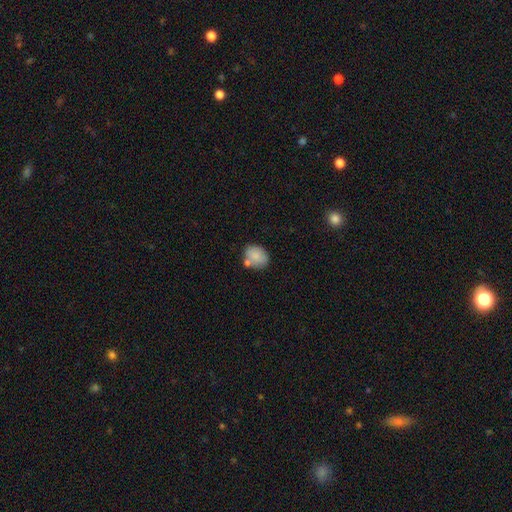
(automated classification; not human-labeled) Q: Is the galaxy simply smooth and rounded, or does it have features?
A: smooth — 82%.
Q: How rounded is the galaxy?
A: in between — 55%.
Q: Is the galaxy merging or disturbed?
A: none — 61%.